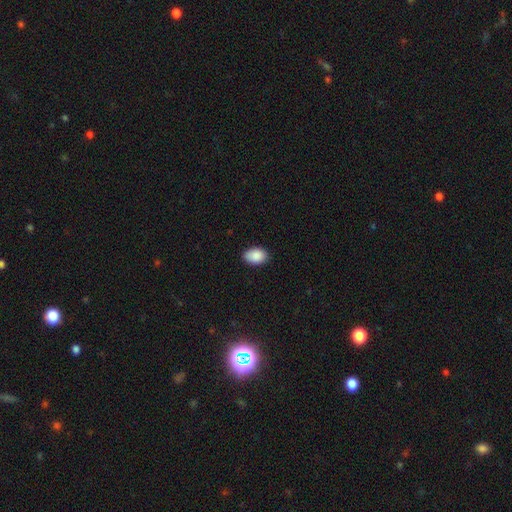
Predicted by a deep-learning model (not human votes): smooth-or-featured: smooth: 89% | star or artifact: 7% | featured or disk: 4%
  how-rounded: in between: 88% | round: 11% | cigar-shaped: 1%
  merging: none: 84% | minor disturbance: 13% | major disturbance: 2% | merger: 1%